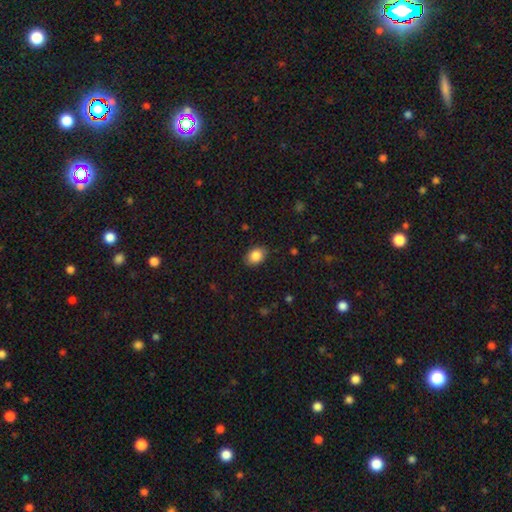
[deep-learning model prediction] The model was most divided on "how rounded": in between: 72%, round: 27%, cigar-shaped: 1%. More confident: smooth or featured — smooth (86%); merging — none (85%).